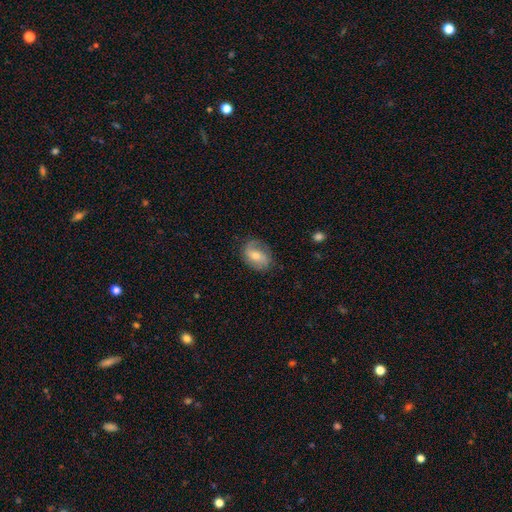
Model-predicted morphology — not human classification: smooth_or_featured: featured or disk (p=0.55) [alt: smooth p=0.37]
disk_edge_on: no (p=0.95) [alt: yes p=0.05]
bar: weak (p=0.41) [alt: no p=0.40]
has_spiral_arms: yes (p=0.81) [alt: no p=0.19]
bulge_size: moderate (p=0.64) [alt: small p=0.29]
merging: none (p=0.73) [alt: minor disturbance p=0.19]